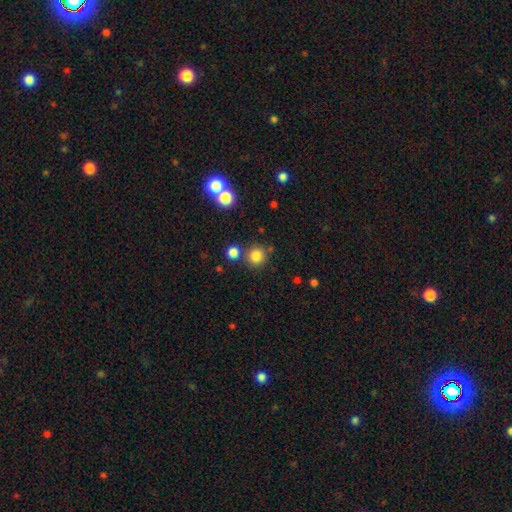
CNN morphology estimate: Smooth or featured? Predicted: smooth (p=0.82). How rounded? Predicted: round (p=0.93). Merging? Predicted: none (p=0.79).